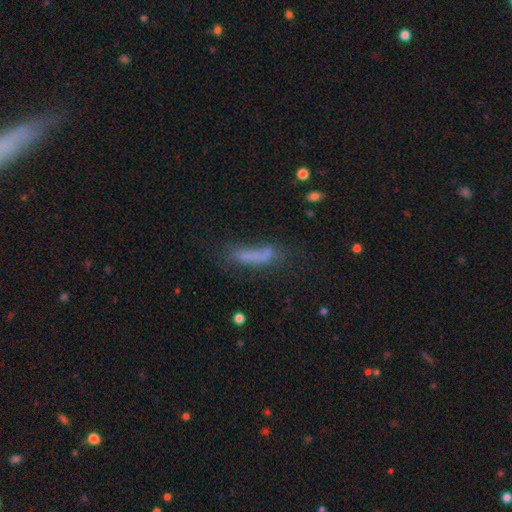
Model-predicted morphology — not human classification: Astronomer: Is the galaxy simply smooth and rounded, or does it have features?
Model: smooth — 63%.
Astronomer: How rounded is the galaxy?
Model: cigar-shaped — 63%.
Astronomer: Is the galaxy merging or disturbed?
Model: none — 41% (runner-up: major disturbance, 25%).